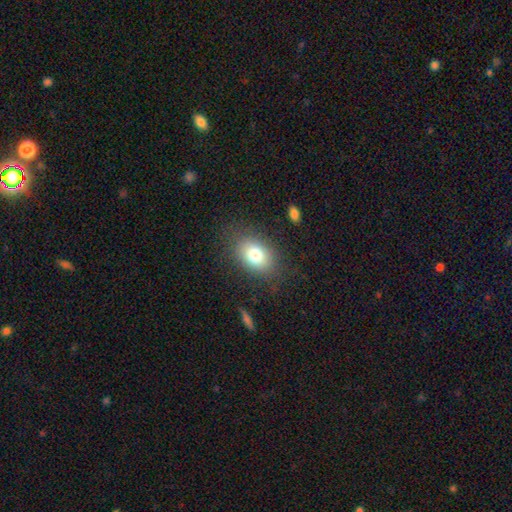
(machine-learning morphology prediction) Q: Smooth or featured?
A: smooth (77%); runner-up: featured or disk (12%)
Q: How rounded?
A: in between (72%); runner-up: round (27%)
Q: Merging?
A: none (84%); runner-up: minor disturbance (11%)